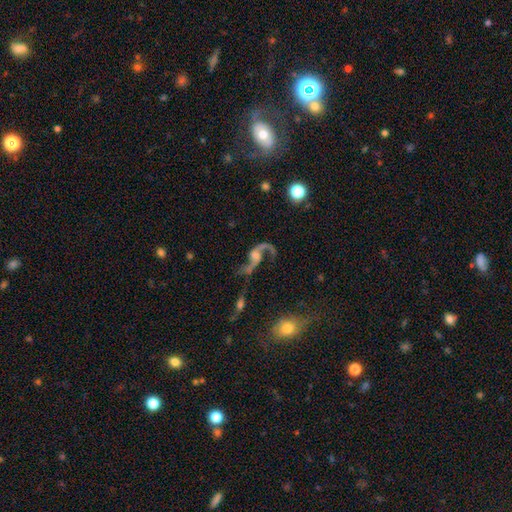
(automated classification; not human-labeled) Q: Smooth or featured?
A: featured or disk (86%); runner-up: star or artifact (8%)
Q: Edge-on disk?
A: no (96%); runner-up: yes (4%)
Q: Bar?
A: no (58%); runner-up: weak (32%)
Q: Spiral arms?
A: yes (95%); runner-up: no (5%)
Q: Spiral winding?
A: loose (87%); runner-up: medium (10%)
Q: Spiral arm count?
A: 2 (90%); runner-up: 1 (6%)
Q: Bulge size?
A: moderate (37%); runner-up: small (35%)
Q: Merging?
A: none (54%); runner-up: major disturbance (21%)